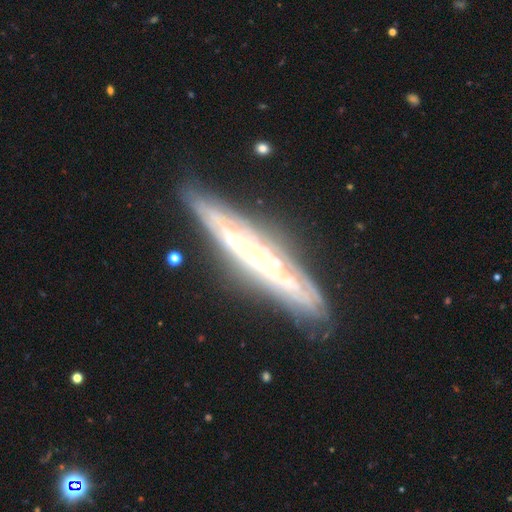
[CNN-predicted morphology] This appears to be a featured or disk galaxy (75%) viewed edge-on (73%) with no central bulge (74%). Merging: none (78%).